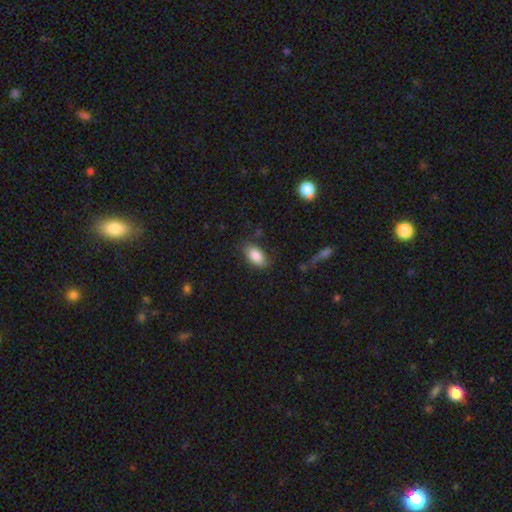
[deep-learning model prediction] This is clearly a smooth galaxy (84%). How rounded: clearly in between (92%). Merging: likely none (73%).